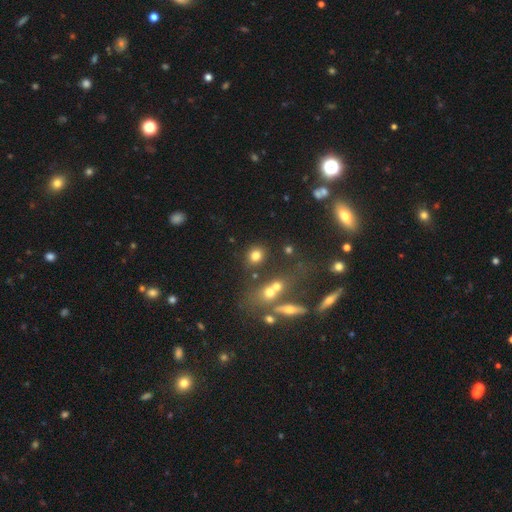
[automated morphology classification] A smooth galaxy with no disk features (75%) that is round (69%).

Vote fractions:
- Smooth or featured? smooth: 75% / star or artifact: 14% / featured or disk: 10%
- How rounded? round: 69% / in between: 28% / cigar-shaped: 2%
- Merging? none: 69% / merger: 14% / minor disturbance: 12% / major disturbance: 6%